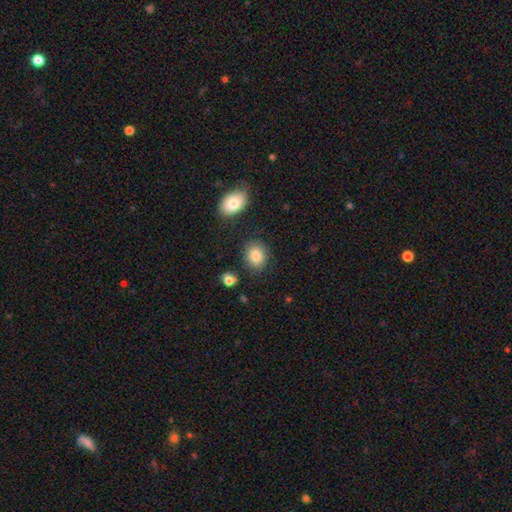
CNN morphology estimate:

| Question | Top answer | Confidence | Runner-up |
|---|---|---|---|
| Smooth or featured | smooth | 85% | star or artifact (8%) |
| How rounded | in between | 53% | round (46%) |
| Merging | none | 83% | minor disturbance (10%) |